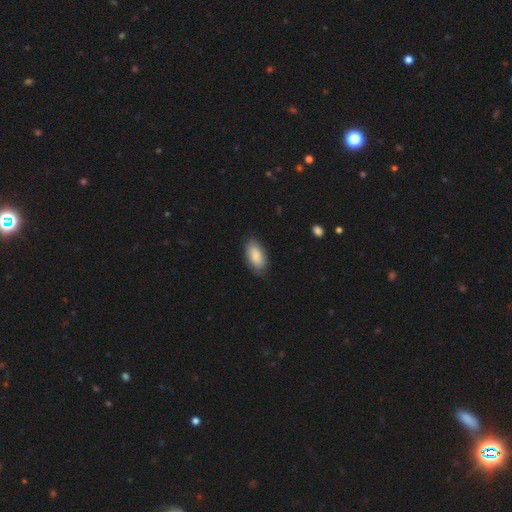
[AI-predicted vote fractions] The model was most divided on "merging": none: 79%, minor disturbance: 17%, major disturbance: 3%, merger: 1%. More confident: how rounded — in between (93%); smooth or featured — smooth (86%).